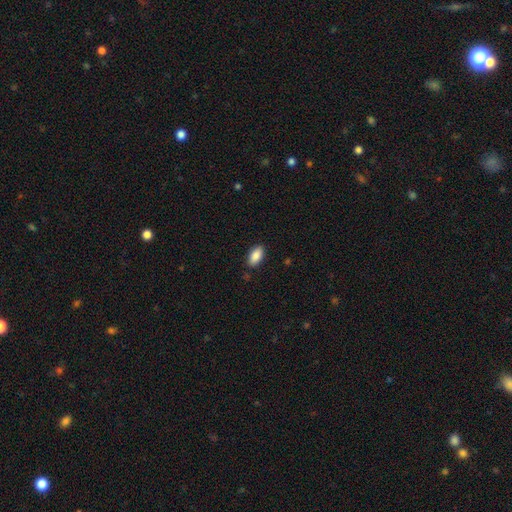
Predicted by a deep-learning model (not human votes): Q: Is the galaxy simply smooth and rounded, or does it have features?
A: smooth — 89%.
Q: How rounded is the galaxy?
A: in between — 93%.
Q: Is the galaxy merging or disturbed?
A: none — 87%.